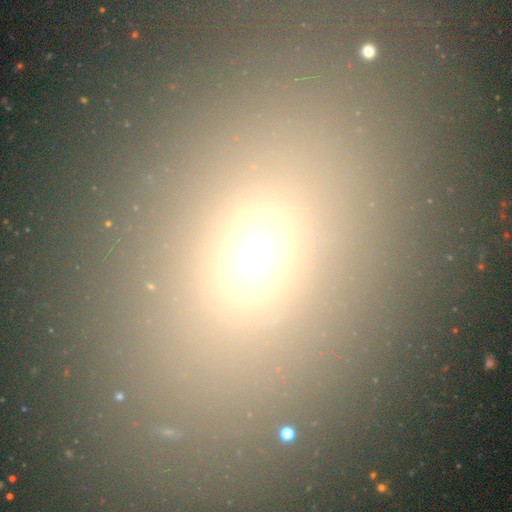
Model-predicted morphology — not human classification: This is likely a smooth galaxy (65%). How rounded: likely in between (64%). Merging: likely none (78%).